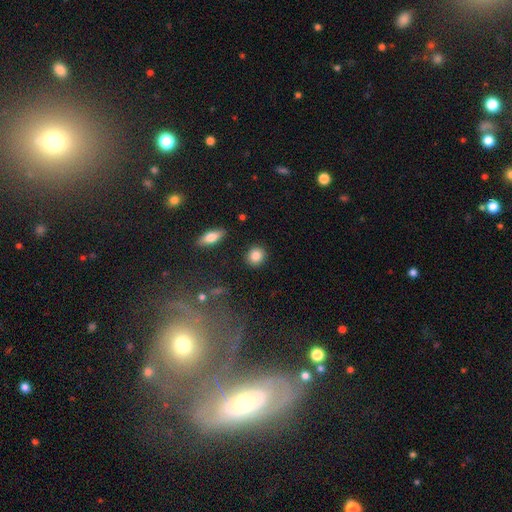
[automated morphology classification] smooth-or-featured: smooth: 86% | star or artifact: 8% | featured or disk: 6%
  how-rounded: round: 80% | in between: 18% | cigar-shaped: 2%
  merging: none: 89% | minor disturbance: 7% | major disturbance: 2% | merger: 2%